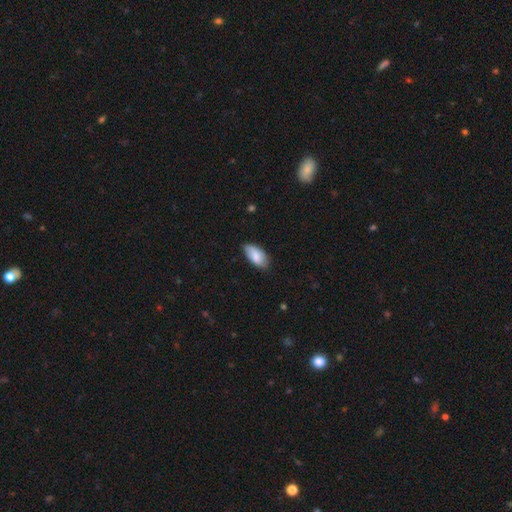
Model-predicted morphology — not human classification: Smooth or featured?
  - smooth: 81% *
  - featured or disk: 13%
  - star or artifact: 6%
How rounded?
  - in between: 93% *
  - cigar-shaped: 4%
  - round: 2%
Merging?
  - none: 74% *
  - minor disturbance: 22%
  - major disturbance: 3%
  - merger: 1%